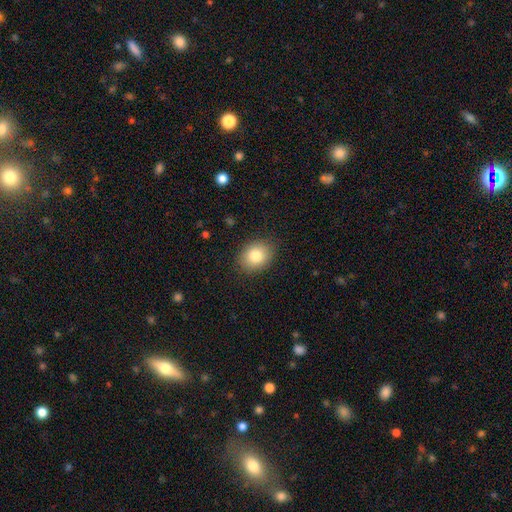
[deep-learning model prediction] Smooth or featured: smooth — 82% (featured or disk — 9%)
How rounded: in between — 56% (round — 43%)
Merging: none — 86% (minor disturbance — 10%)